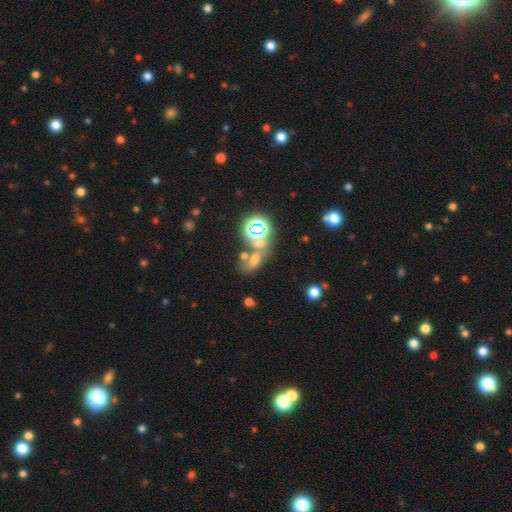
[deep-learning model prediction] Smooth or featured?
  - star or artifact: 47% *
  - smooth: 36%
  - featured or disk: 16%